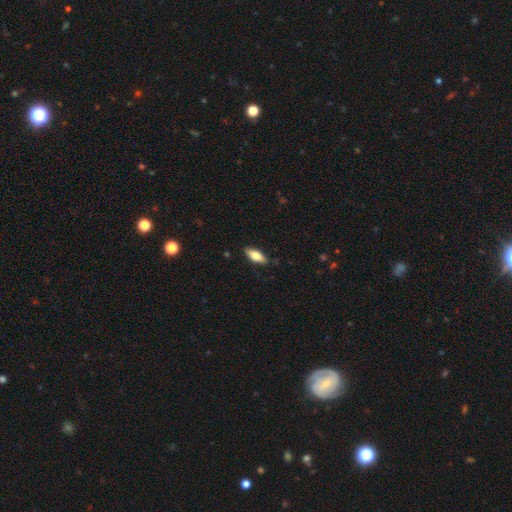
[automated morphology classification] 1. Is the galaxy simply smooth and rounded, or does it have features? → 65% smooth, 29% featured or disk, 6% star or artifact.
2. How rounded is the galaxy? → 75% in between, 23% cigar-shaped, 3% round.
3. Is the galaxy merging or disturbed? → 87% none, 10% minor disturbance, 2% major disturbance, 1% merger.